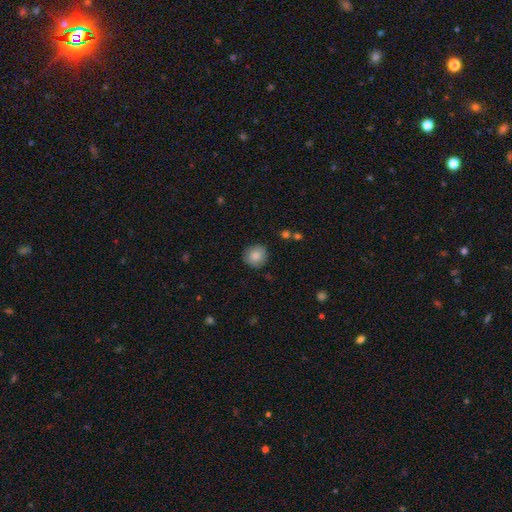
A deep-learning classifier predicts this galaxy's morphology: smooth_or_featured: smooth (p=0.86) [alt: star or artifact p=0.08]
how_rounded: round (p=0.91) [alt: in between p=0.08]
merging: none (p=0.87) [alt: minor disturbance p=0.09]